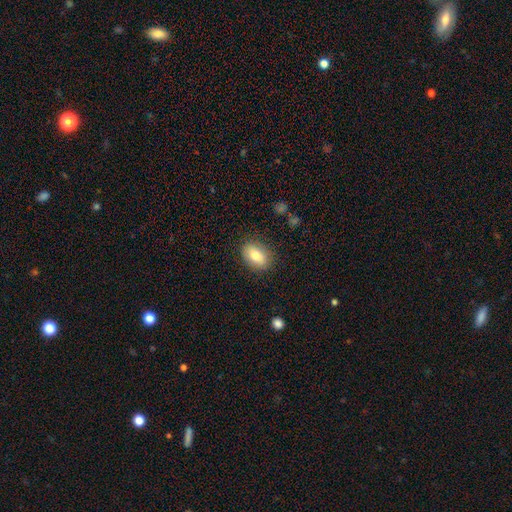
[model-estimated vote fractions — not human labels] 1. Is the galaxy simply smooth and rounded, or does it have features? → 80% smooth, 13% featured or disk, 7% star or artifact.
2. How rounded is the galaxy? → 84% in between, 15% round, 2% cigar-shaped.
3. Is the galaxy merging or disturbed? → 84% none, 11% minor disturbance, 3% major disturbance, 1% merger.